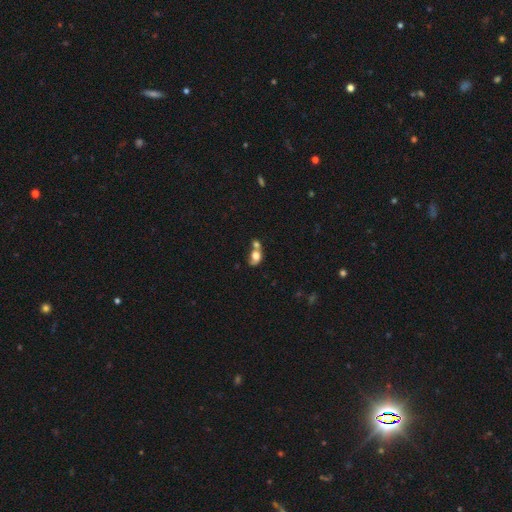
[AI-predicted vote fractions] This is likely a smooth galaxy (68%). How rounded: likely in between (63%). Merging: likely merger (62%).